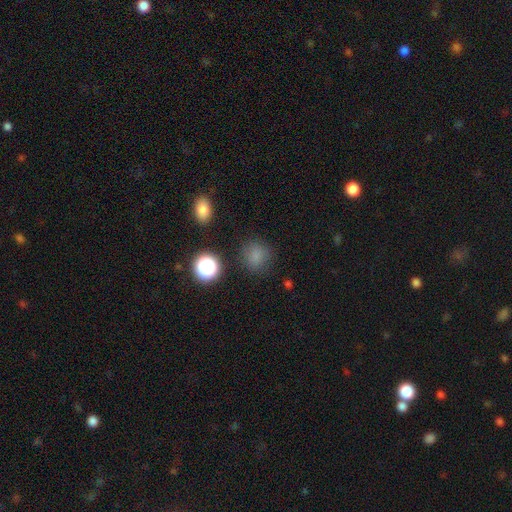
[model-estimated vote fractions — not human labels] Smooth or featured? Predicted: smooth (p=0.78). How rounded? Predicted: round (p=0.87). Merging? Predicted: none (p=0.83).